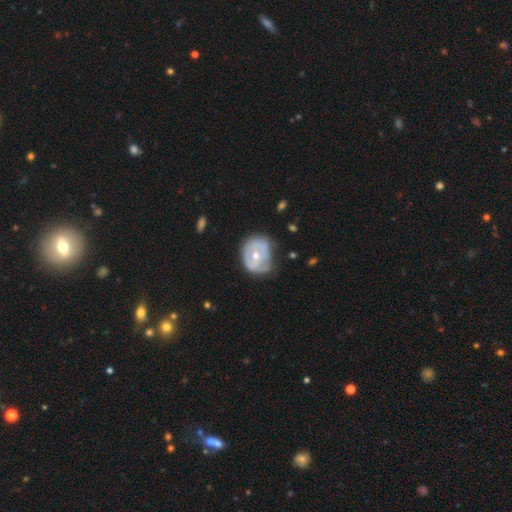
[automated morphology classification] Smooth or featured? Predicted: featured or disk (p=0.59). Edge-on disk? Predicted: no (p=0.96). Bar? Predicted: no (p=0.70). Spiral arms? Predicted: no (p=0.64). Bulge size? Predicted: moderate (p=0.63). Merging? Predicted: none (p=0.41).